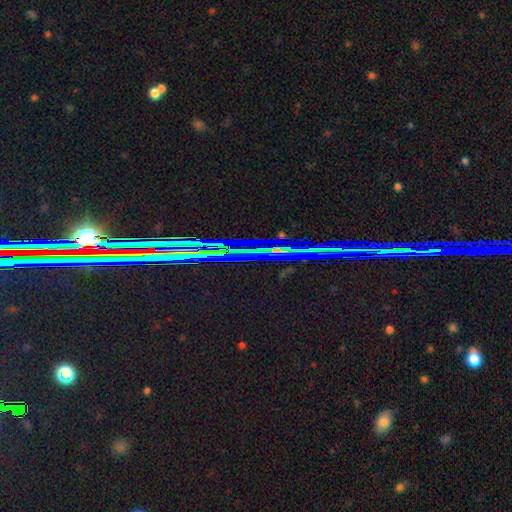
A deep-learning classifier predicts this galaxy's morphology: Smooth or featured? star or artifact (79%)